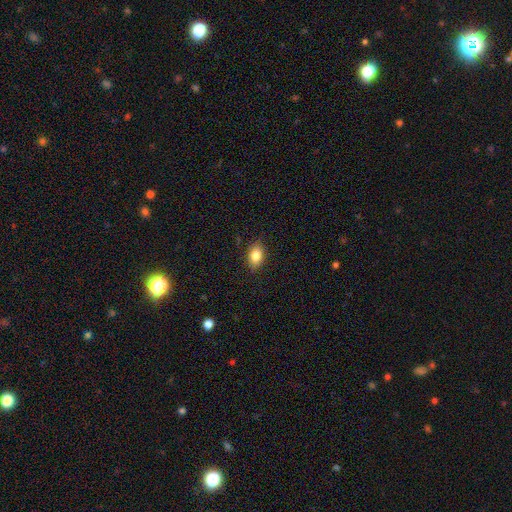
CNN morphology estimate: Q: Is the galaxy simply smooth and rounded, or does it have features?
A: smooth — 83%.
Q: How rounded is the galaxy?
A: in between — 79%.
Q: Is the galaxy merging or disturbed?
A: none — 85%.